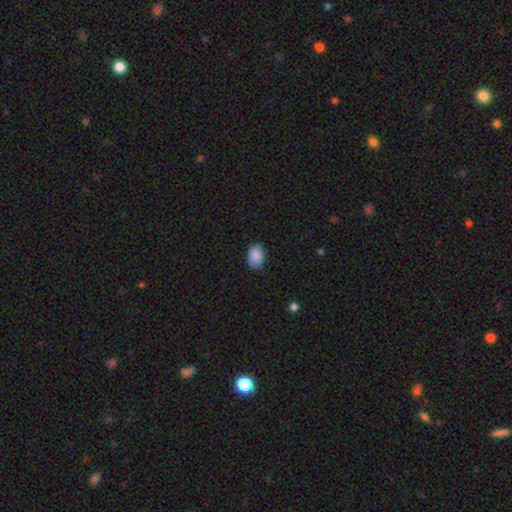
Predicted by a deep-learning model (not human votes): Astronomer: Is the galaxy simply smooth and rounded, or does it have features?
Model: smooth — 88%.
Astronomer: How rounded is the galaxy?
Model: in between — 79%.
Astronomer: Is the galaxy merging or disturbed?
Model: none — 83%.